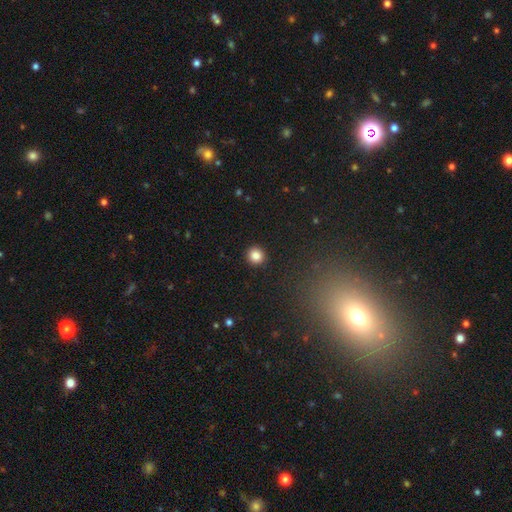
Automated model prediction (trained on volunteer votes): The model was most divided on "smooth or featured": smooth: 85%, star or artifact: 11%, featured or disk: 4%. More confident: merging — none (93%); how rounded — round (93%).